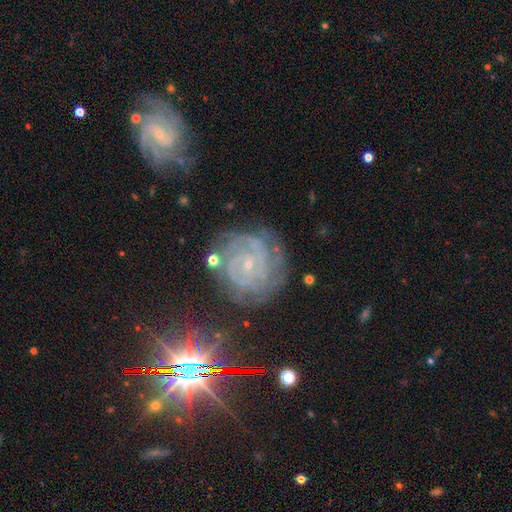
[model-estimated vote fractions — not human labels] Smooth or featured? Predicted: featured or disk (p=0.83). Edge-on disk? Predicted: no (p=0.97). Bar? Predicted: no (p=0.64). Spiral arms? Predicted: yes (p=0.97). Spiral winding? Predicted: tight (p=0.78). Spiral arm count? Predicted: 3 (p=0.26). Bulge size? Predicted: small (p=0.85). Merging? Predicted: none (p=0.72).